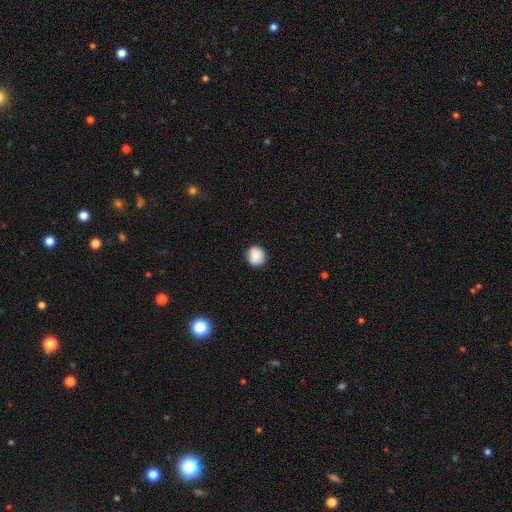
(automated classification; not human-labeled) This appears to be a smooth galaxy with no disk features (82%) that is round (86%). Merging: none (84%).